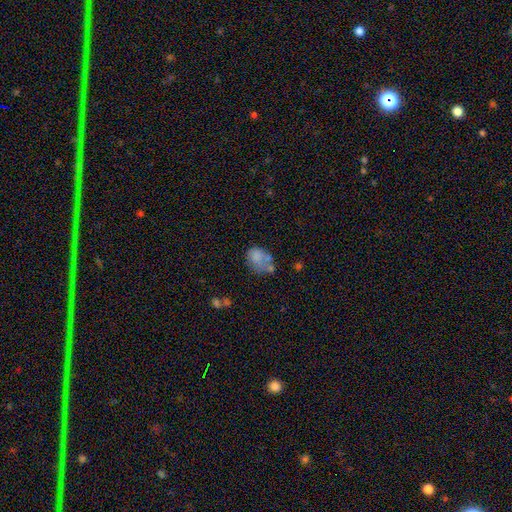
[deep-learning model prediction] smooth_or_featured: smooth (p=0.66) [alt: featured or disk p=0.22]
how_rounded: in between (p=0.68) [alt: round p=0.31]
merging: none (p=0.36) [alt: minor disturbance p=0.23]